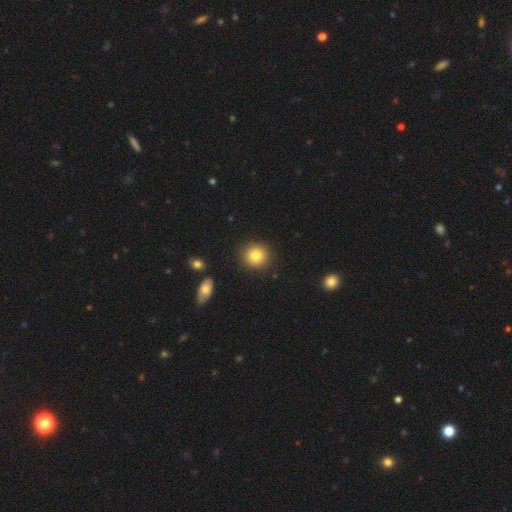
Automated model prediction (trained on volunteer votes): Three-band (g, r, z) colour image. It shows a smooth galaxy with no disk features (83%) that is round (90%). Merging: none (90%).